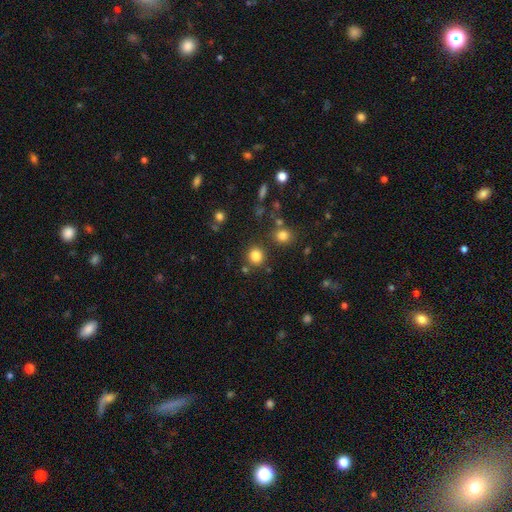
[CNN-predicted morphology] A smooth galaxy with no disk features (83%) that is round (89%). Merging: none (83%).